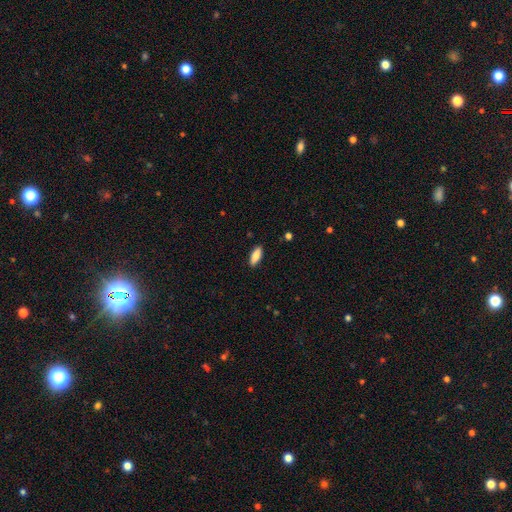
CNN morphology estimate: A smooth galaxy with no disk features (83%) that is in between round and cigar-shaped (72%). Merging: none (89%).